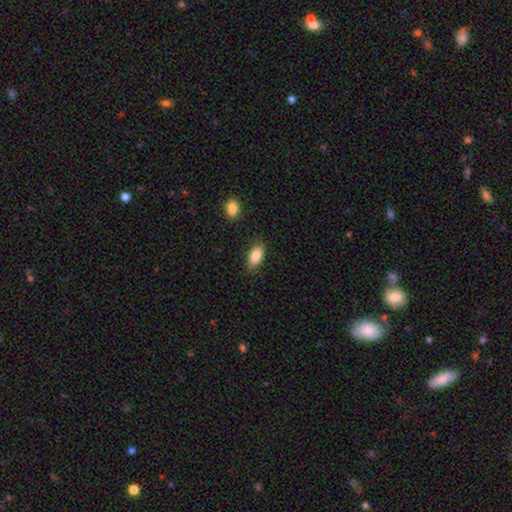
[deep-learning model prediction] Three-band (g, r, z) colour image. It shows a smooth galaxy with no disk features (86%) that is in between round and cigar-shaped (91%). Merging: none (84%).